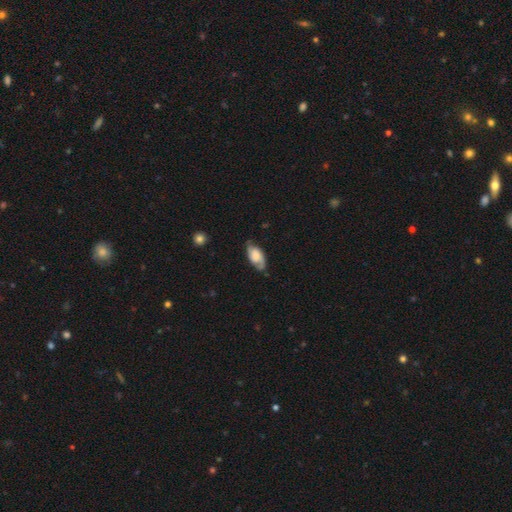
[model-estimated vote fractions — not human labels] Smooth or featured? Predicted: featured or disk (p=0.51). Edge-on disk? Predicted: no (p=0.90). Merging? Predicted: none (p=0.67).